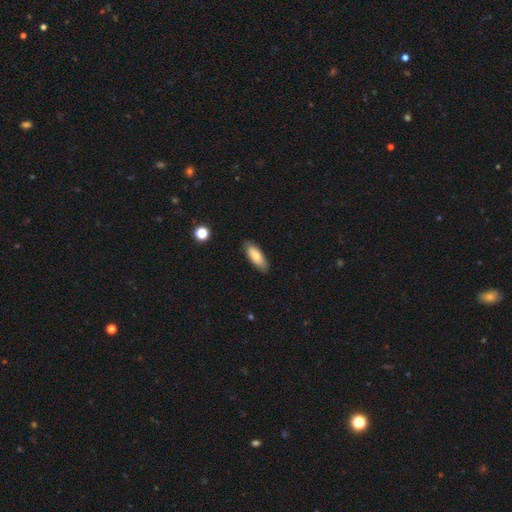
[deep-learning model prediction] This is likely a smooth galaxy (79%). How rounded: likely in between (70%). Merging: clearly none (84%).